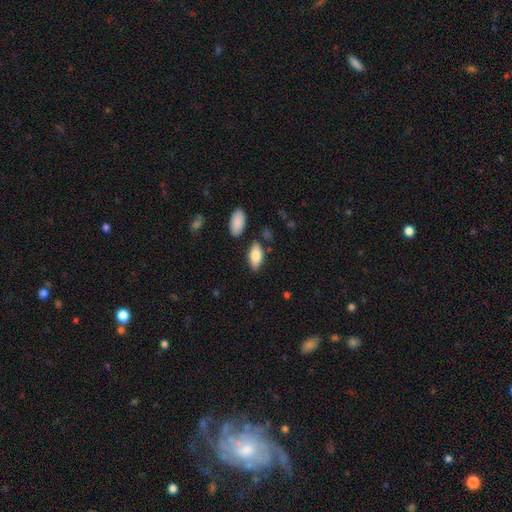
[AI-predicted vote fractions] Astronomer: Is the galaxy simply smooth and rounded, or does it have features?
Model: smooth — 81%.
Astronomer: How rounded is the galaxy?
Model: in between — 88%.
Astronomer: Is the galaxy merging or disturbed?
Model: none — 80%.